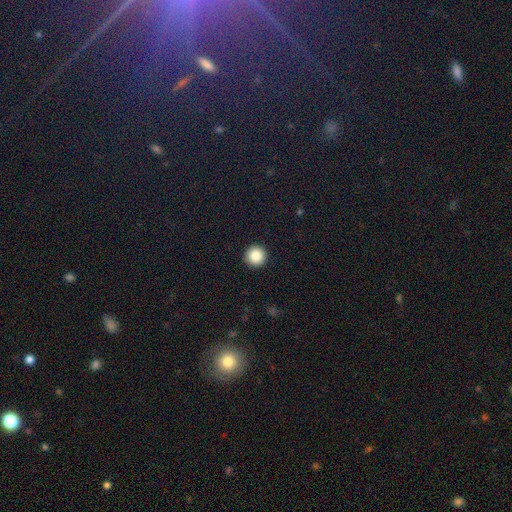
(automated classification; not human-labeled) smooth-or-featured: smooth: 87% | star or artifact: 9% | featured or disk: 4%
  how-rounded: round: 96% | in between: 3% | cigar-shaped: 1%
  merging: none: 93% | minor disturbance: 4% | major disturbance: 1% | merger: 1%